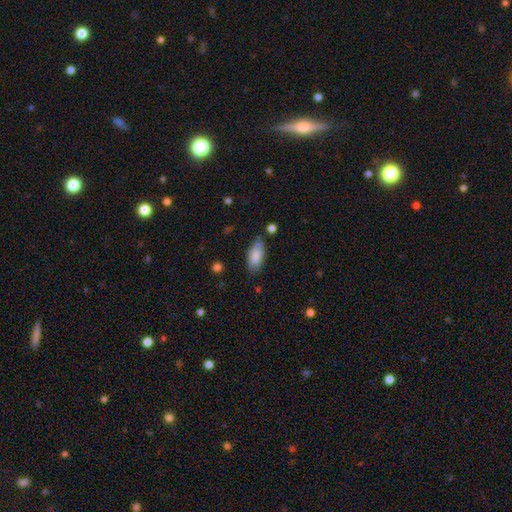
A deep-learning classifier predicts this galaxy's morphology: The model was most divided on "merging": none: 74%, minor disturbance: 19%, major disturbance: 4%, merger: 3%. More confident: how rounded — in between (91%); smooth or featured — smooth (85%).